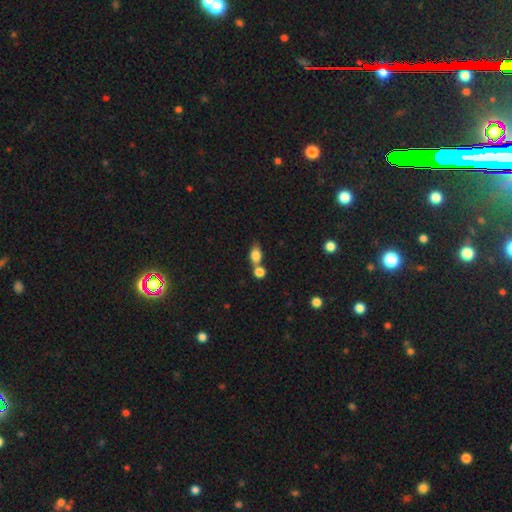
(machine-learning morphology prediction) The model was most divided on "merging": merger: 45%, none: 39%, minor disturbance: 11%, major disturbance: 5%. More confident: smooth or featured — smooth (79%); how rounded — in between (68%).